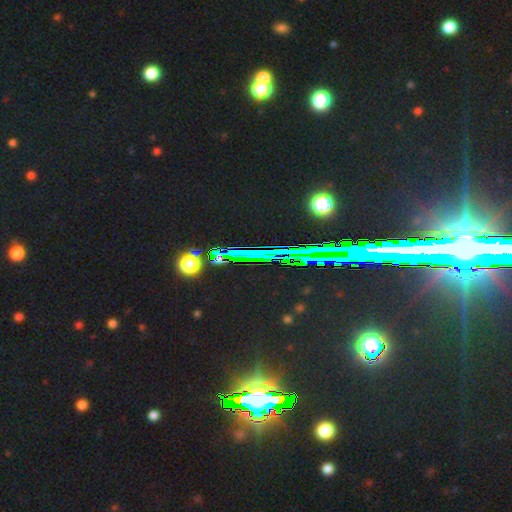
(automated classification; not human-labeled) smooth-or-featured: star or artifact: 79% | featured or disk: 11% | smooth: 10%